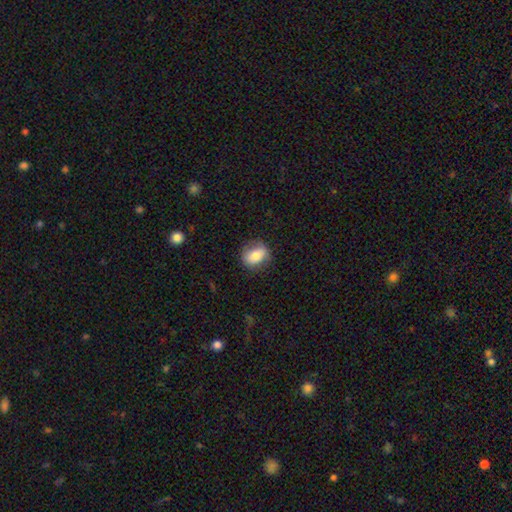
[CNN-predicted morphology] This appears to be a smooth galaxy with no disk features (72%) that is in between round and cigar-shaped (53%). Merging: none (75%).